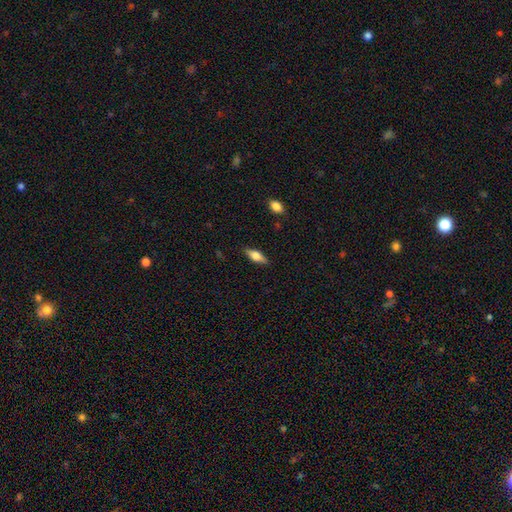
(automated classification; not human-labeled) smooth-or-featured: smooth: 59% | featured or disk: 34% | star or artifact: 7%
  how-rounded: in between: 65% | cigar-shaped: 32% | round: 3%
  merging: none: 86% | minor disturbance: 10% | major disturbance: 2% | merger: 1%